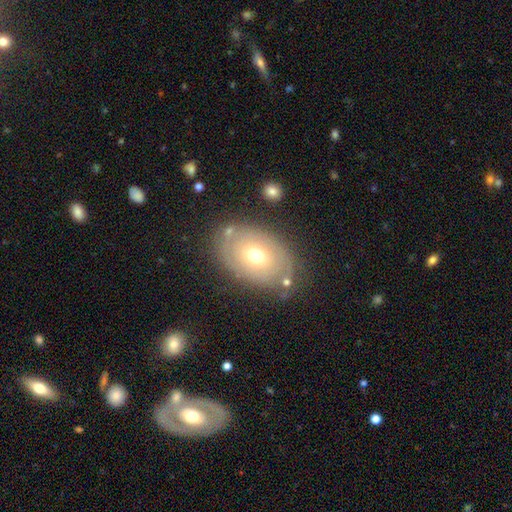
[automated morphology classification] This appears to be a featured or disk galaxy (46%). Merging: none (76%).